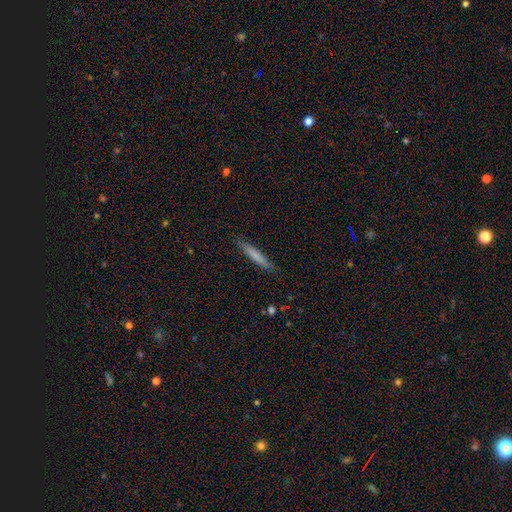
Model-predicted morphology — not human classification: Smooth or featured: smooth — 74% (featured or disk — 20%)
How rounded: cigar-shaped — 94% (in between — 5%)
Merging: none — 88% (minor disturbance — 9%)